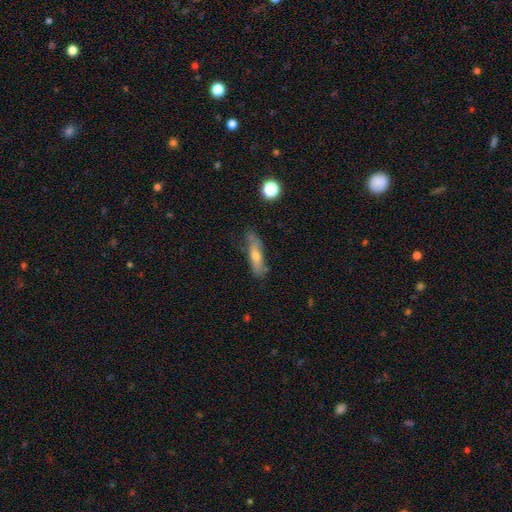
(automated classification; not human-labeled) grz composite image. It shows a smooth galaxy with no disk features (52%) that is cigar-shaped (66%). Merging: none (71%).